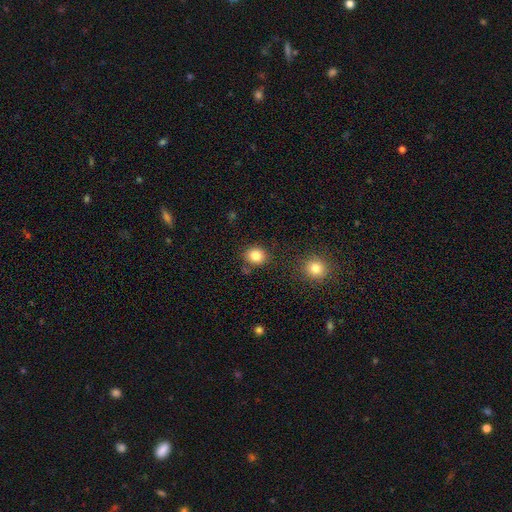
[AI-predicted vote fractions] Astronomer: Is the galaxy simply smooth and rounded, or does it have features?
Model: smooth — 83%.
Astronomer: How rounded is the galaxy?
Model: round — 77%.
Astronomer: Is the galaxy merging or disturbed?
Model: none — 82%.